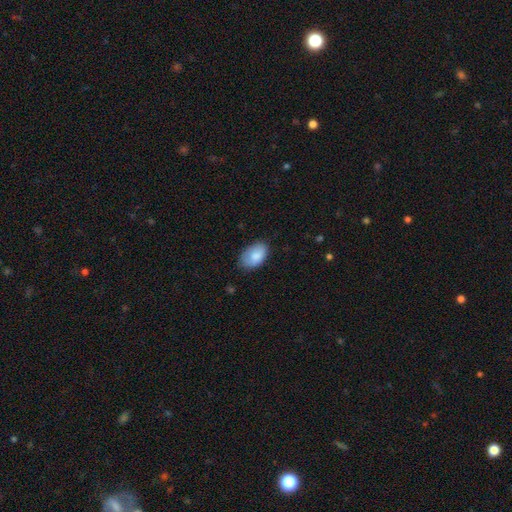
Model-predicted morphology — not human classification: smooth-or-featured: smooth: 85% | featured or disk: 9% | star or artifact: 6%
  how-rounded: in between: 93% | round: 6% | cigar-shaped: 1%
  merging: none: 72% | minor disturbance: 23% | major disturbance: 4% | merger: 1%